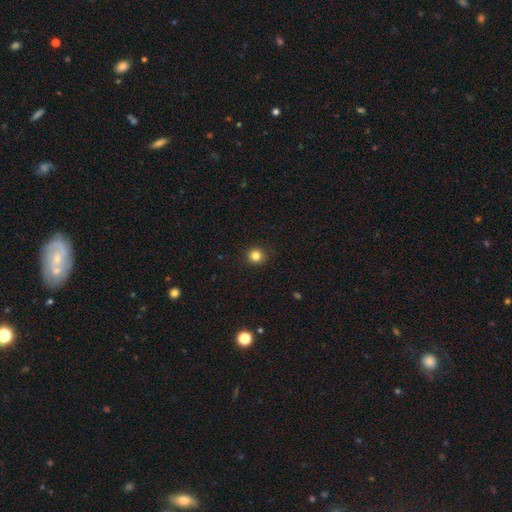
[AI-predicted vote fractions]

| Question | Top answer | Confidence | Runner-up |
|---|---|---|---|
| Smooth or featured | smooth | 83% | star or artifact (12%) |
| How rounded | round | 92% | in between (7%) |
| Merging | none | 92% | minor disturbance (6%) |